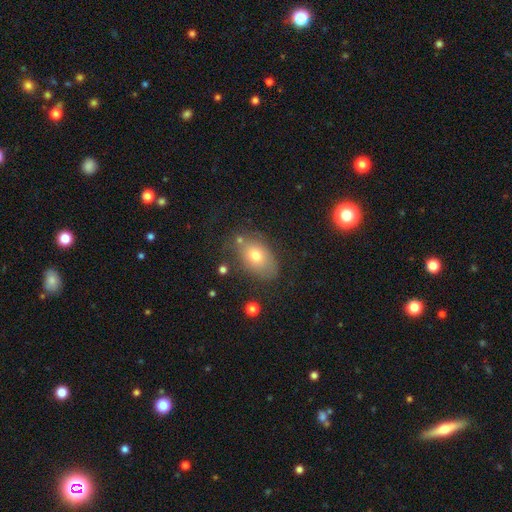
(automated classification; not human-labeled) smooth-or-featured: smooth: 71% | featured or disk: 18% | star or artifact: 11%
  how-rounded: in between: 84% | round: 15% | cigar-shaped: 2%
  merging: none: 67% | minor disturbance: 20% | major disturbance: 7% | merger: 6%